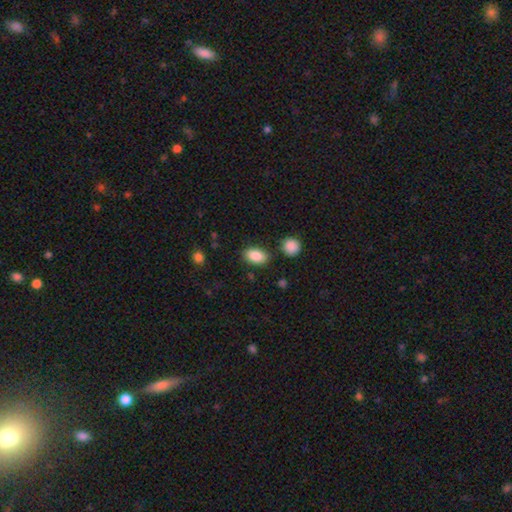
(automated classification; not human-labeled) This is clearly a smooth galaxy (87%). How rounded: clearly in between (90%). Merging: clearly none (83%).